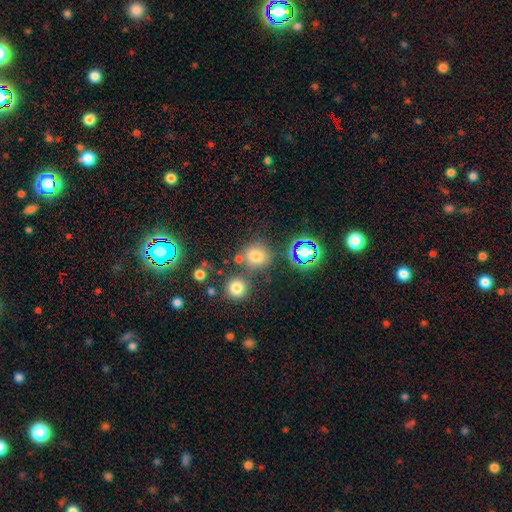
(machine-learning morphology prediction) smooth-or-featured: smooth: 68% | star or artifact: 23% | featured or disk: 8%
  how-rounded: round: 85% | in between: 14% | cigar-shaped: 1%
  merging: none: 69% | merger: 16% | minor disturbance: 11% | major disturbance: 4%